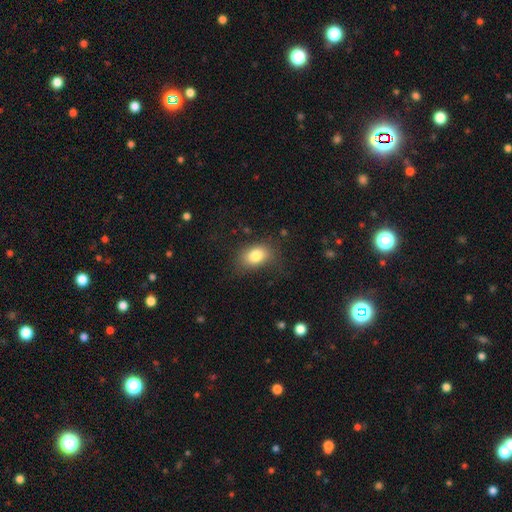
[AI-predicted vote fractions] Smooth or featured? Predicted: smooth (p=0.81). How rounded? Predicted: in between (p=0.77). Merging? Predicted: none (p=0.73).